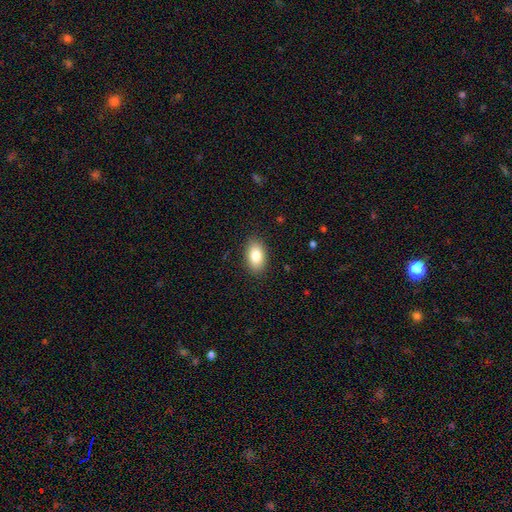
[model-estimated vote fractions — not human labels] Smooth or featured? smooth (83%)
How rounded? in between (90%)
Merging? none (87%)